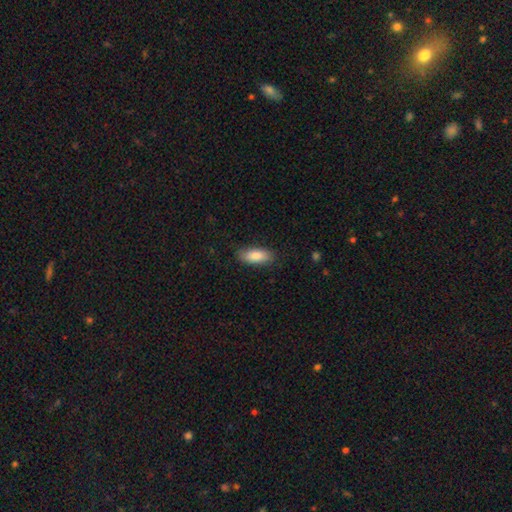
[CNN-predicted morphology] Smooth or featured? Predicted: smooth (p=0.85). How rounded? Predicted: in between (p=0.79). Merging? Predicted: none (p=0.83).